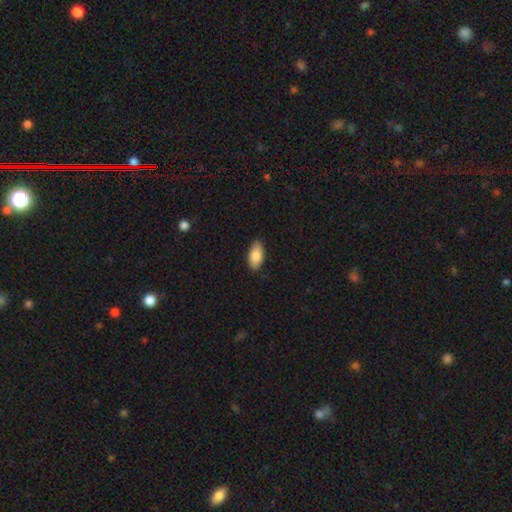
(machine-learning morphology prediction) A smooth galaxy with no disk features (86%) that is in between round and cigar-shaped (91%).

Vote fractions:
- Smooth or featured? smooth: 86% / featured or disk: 8% / star or artifact: 6%
- How rounded? in between: 91% / cigar-shaped: 7% / round: 2%
- Merging? none: 88% / minor disturbance: 9% / major disturbance: 2% / merger: 1%